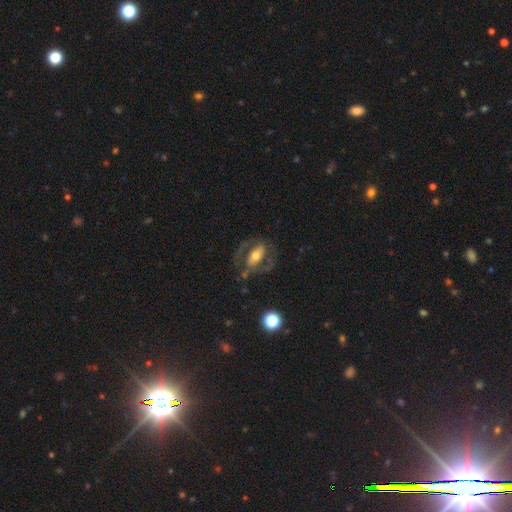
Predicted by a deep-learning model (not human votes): smooth-or-featured: featured or disk: 64% | smooth: 29% | star or artifact: 7%
  disk-edge-on: no: 90% | yes: 10%
    bar: no: 38% | strong: 35% | weak: 27%
    has-spiral-arms: yes: 56% | no: 44%
    bulge-size: moderate: 61% | small: 20% | large: 15% | dominant: 2% | none: 2%
  merging: none: 56% | major disturbance: 23% | minor disturbance: 18% | merger: 3%